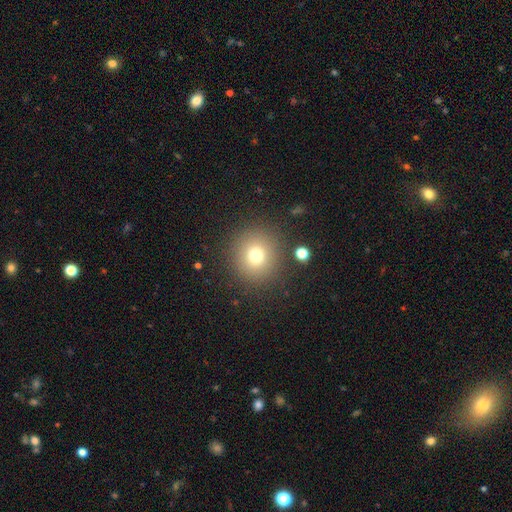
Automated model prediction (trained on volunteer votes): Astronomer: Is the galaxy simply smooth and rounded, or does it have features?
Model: smooth — 74%.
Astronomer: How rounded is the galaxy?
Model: round — 90%.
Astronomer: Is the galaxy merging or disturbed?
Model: none — 87%.